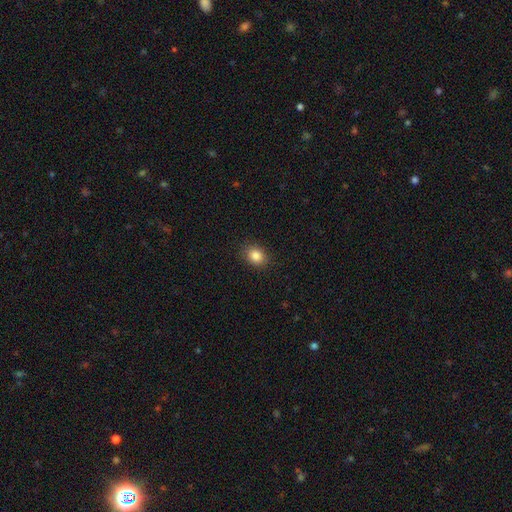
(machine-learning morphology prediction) smooth 85%, star or artifact 10%, featured or disk 5%. Down the decision tree: how rounded — in between (50%); merging — none (88%).